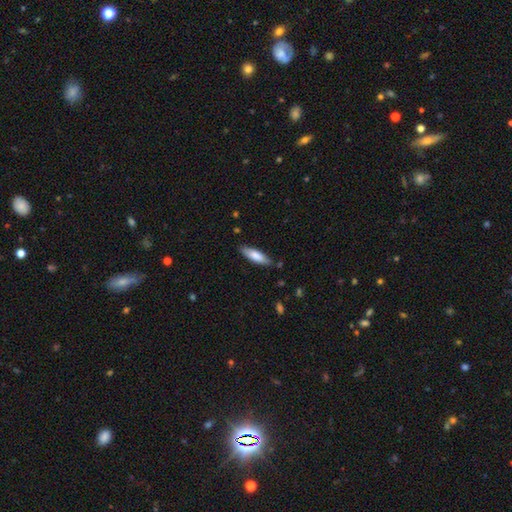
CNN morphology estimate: Smooth or featured? Predicted: smooth (p=0.77). How rounded? Predicted: cigar-shaped (p=0.59). Merging? Predicted: none (p=0.83).